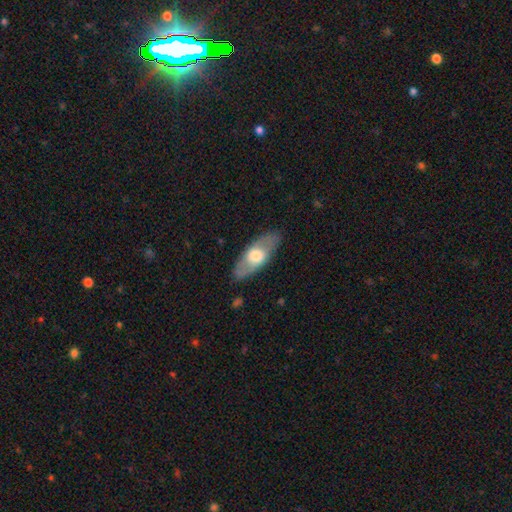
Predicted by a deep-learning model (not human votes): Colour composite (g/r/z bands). It shows a smooth galaxy with no disk features (48%). Merging: none (84%).